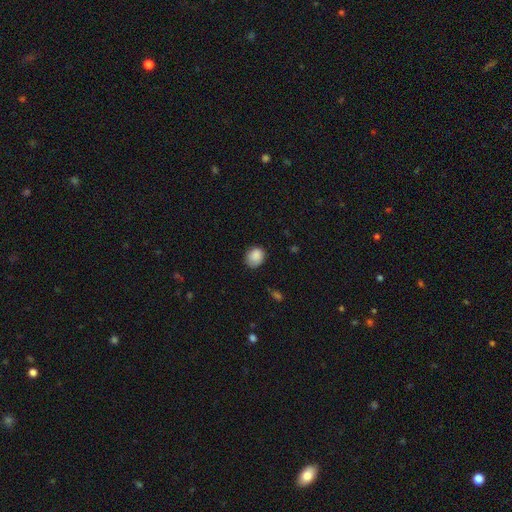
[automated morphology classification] smooth-or-featured: smooth: 87% | star or artifact: 8% | featured or disk: 4%
  how-rounded: round: 62% | in between: 37% | cigar-shaped: 1%
  merging: none: 73% | minor disturbance: 22% | major disturbance: 4% | merger: 1%